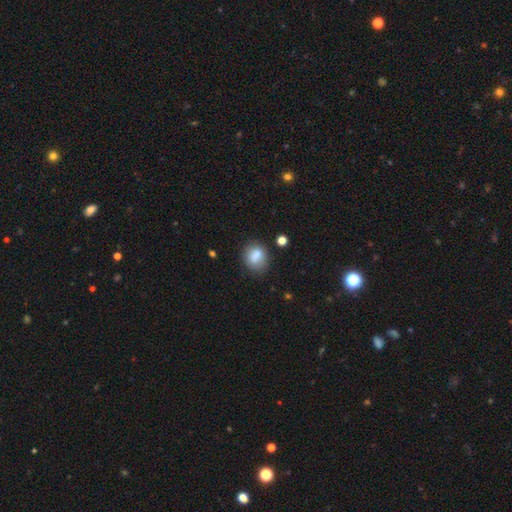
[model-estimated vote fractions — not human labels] Smooth or featured? smooth (82%)
How rounded? round (53%)
Merging? none (69%)